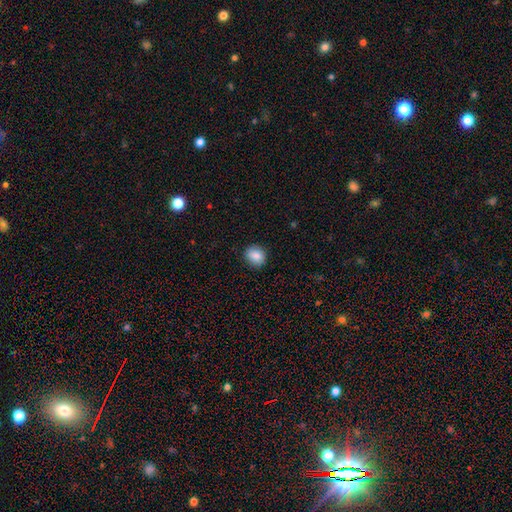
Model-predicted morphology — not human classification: smooth-or-featured: smooth: 88% | star or artifact: 8% | featured or disk: 4%
  how-rounded: round: 71% | in between: 29% | cigar-shaped: 1%
  merging: none: 89% | minor disturbance: 8% | major disturbance: 2% | merger: 1%